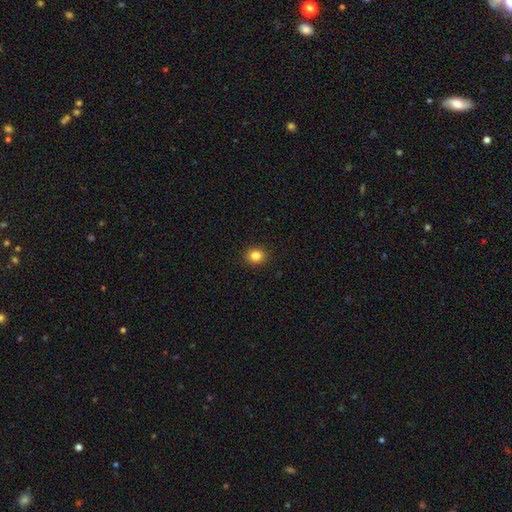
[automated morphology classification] Smooth or featured: smooth — 83% (star or artifact — 11%)
How rounded: round — 80% (in between — 19%)
Merging: none — 92% (minor disturbance — 6%)